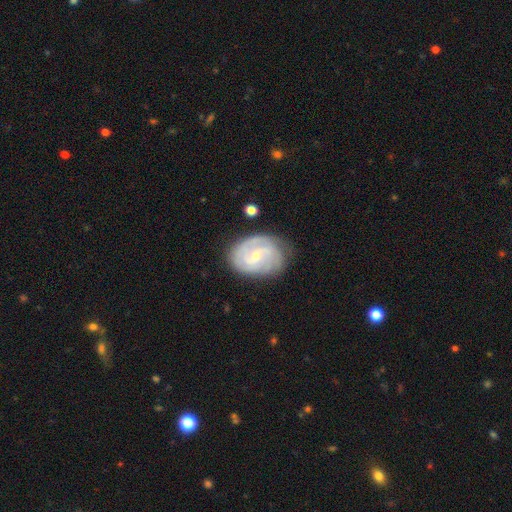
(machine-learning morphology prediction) Q: Smooth or featured?
A: featured or disk (79%); runner-up: smooth (16%)
Q: Edge-on disk?
A: no (97%); runner-up: yes (3%)
Q: Bar?
A: weak (47%); runner-up: no (42%)
Q: Spiral arms?
A: yes (92%); runner-up: no (8%)
Q: Spiral winding?
A: tight (58%); runner-up: medium (33%)
Q: Spiral arm count?
A: 2 (34%); runner-up: can't tell (31%)
Q: Bulge size?
A: small (66%); runner-up: moderate (31%)
Q: Merging?
A: none (69%); runner-up: minor disturbance (22%)